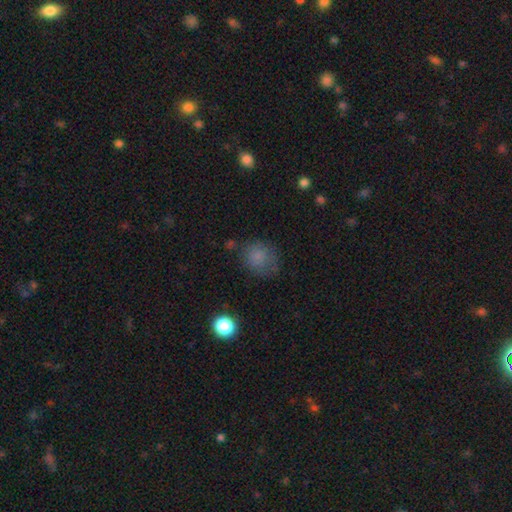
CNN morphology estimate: smooth-or-featured: smooth: 78% | star or artifact: 14% | featured or disk: 8%
  how-rounded: round: 74% | in between: 25% | cigar-shaped: 1%
  merging: none: 68% | minor disturbance: 21% | major disturbance: 8% | merger: 3%